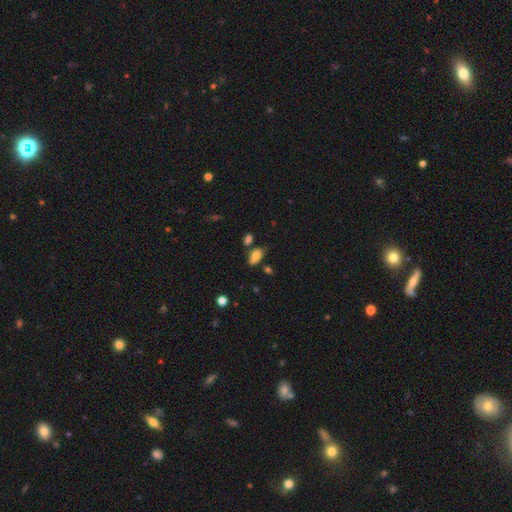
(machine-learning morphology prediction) This appears to be a smooth galaxy with no disk features (79%) that is in between round and cigar-shaped (92%). Merging: none (70%).